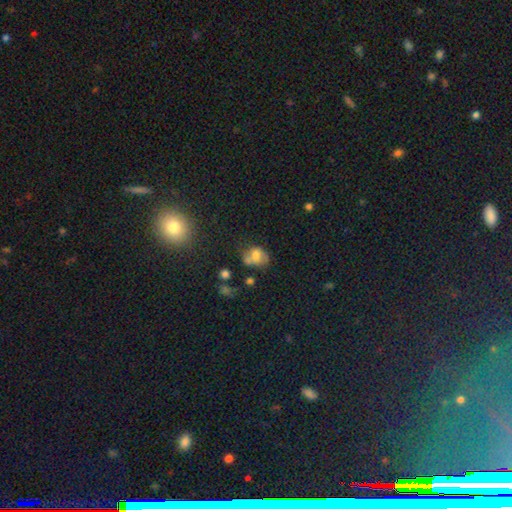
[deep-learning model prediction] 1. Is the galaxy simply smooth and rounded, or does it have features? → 59% smooth, 28% featured or disk, 13% star or artifact.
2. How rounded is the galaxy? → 54% in between, 45% round, 1% cigar-shaped.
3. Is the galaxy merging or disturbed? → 43% none, 24% minor disturbance, 21% merger, 11% major disturbance.